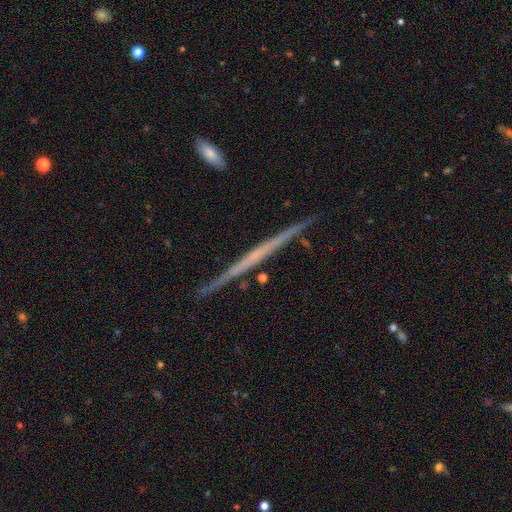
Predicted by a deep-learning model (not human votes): A featured or disk galaxy (69%) viewed edge-on (98%) with no central bulge (88%).

Vote fractions:
- Smooth or featured? featured or disk: 69% / smooth: 25% / star or artifact: 6%
- Edge-on disk? yes: 98% / no: 2%
- Edge-on bulge? none: 88% / rounded: 8% / boxy: 4%
- Merging? none: 89% / minor disturbance: 8% / merger: 1% / major disturbance: 1%